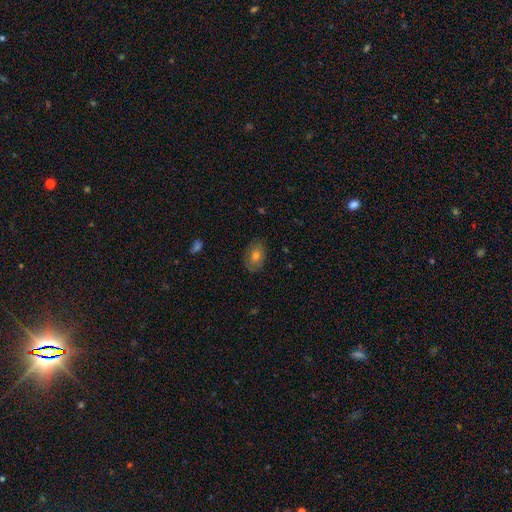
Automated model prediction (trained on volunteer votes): Smooth or featured: smooth — 58% (featured or disk — 29%)
How rounded: in between — 77% (round — 21%)
Merging: none — 80% (minor disturbance — 15%)